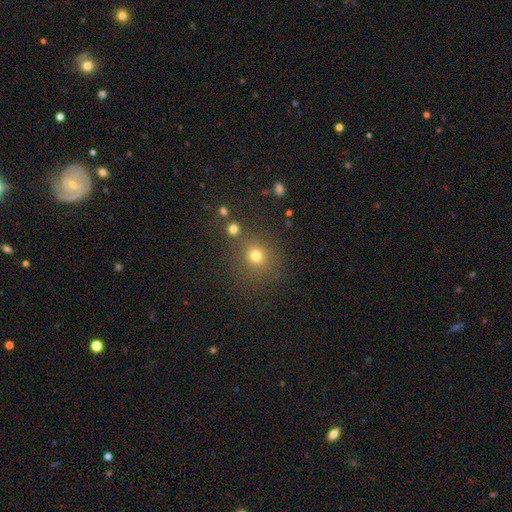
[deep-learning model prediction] Smooth or featured?
  - smooth: 72% *
  - star or artifact: 20%
  - featured or disk: 8%
How rounded?
  - round: 88% *
  - in between: 11%
  - cigar-shaped: 1%
Merging?
  - none: 78% *
  - minor disturbance: 10%
  - merger: 8%
  - major disturbance: 4%